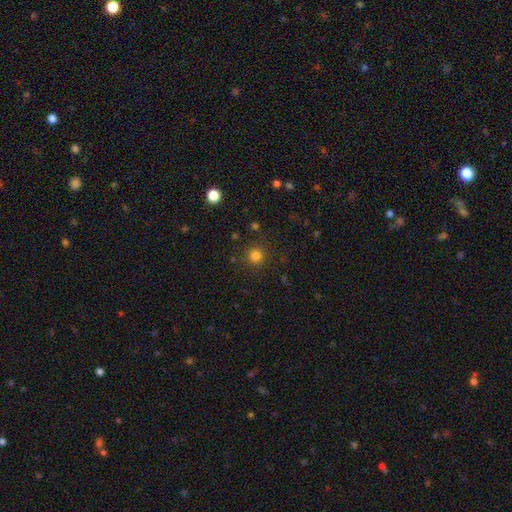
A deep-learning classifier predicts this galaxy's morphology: This appears to be a smooth galaxy with no disk features (81%) that is round (95%). Merging: none (89%).